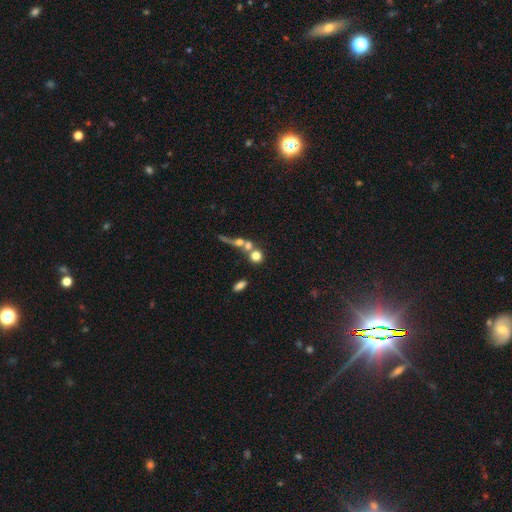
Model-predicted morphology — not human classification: Smooth or featured?
  - smooth: 70% *
  - featured or disk: 17%
  - star or artifact: 13%
How rounded?
  - round: 79% *
  - in between: 17%
  - cigar-shaped: 4%
Merging?
  - merger: 46% *
  - none: 39%
  - minor disturbance: 8%
  - major disturbance: 7%